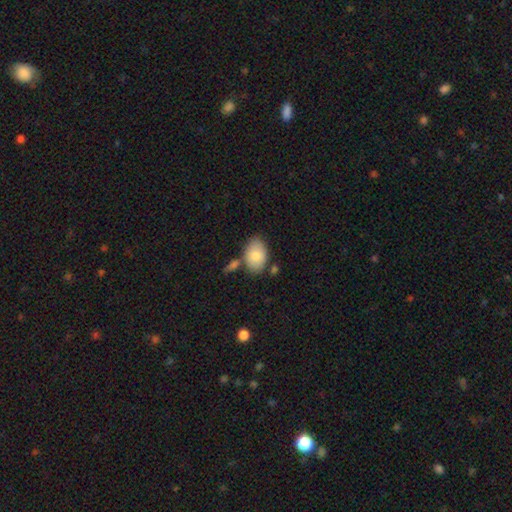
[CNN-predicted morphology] type=smooth (82%); roundness=in between (88%); merging=none (68%).